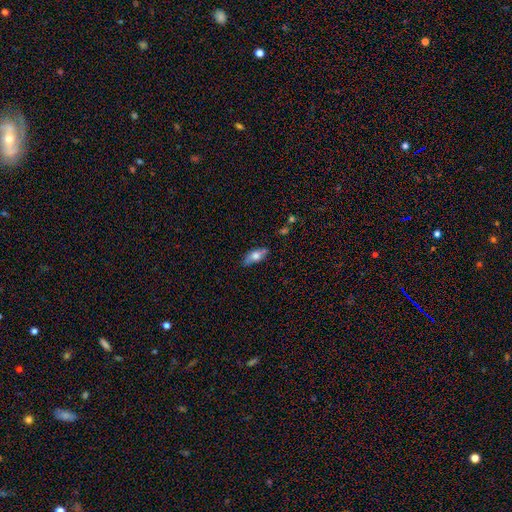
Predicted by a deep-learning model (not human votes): The model was most divided on "smooth or featured": smooth: 65%, featured or disk: 28%, star or artifact: 7%. More confident: how rounded — in between (77%); merging — none (70%).